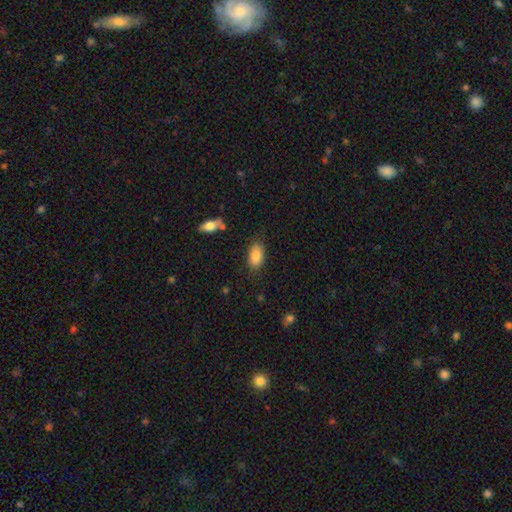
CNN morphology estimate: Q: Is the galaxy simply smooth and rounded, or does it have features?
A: smooth — 86%.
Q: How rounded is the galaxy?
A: in between — 92%.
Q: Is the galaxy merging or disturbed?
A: none — 78%.